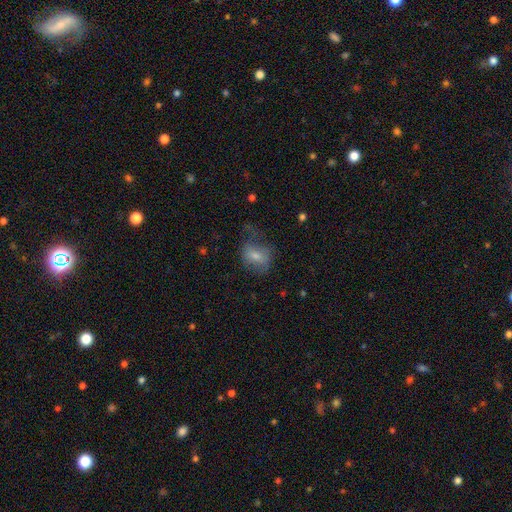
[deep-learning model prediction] Q: Smooth or featured?
A: smooth (65%); runner-up: featured or disk (26%)
Q: How rounded?
A: in between (68%); runner-up: round (30%)
Q: Merging?
A: none (45%); runner-up: minor disturbance (28%)